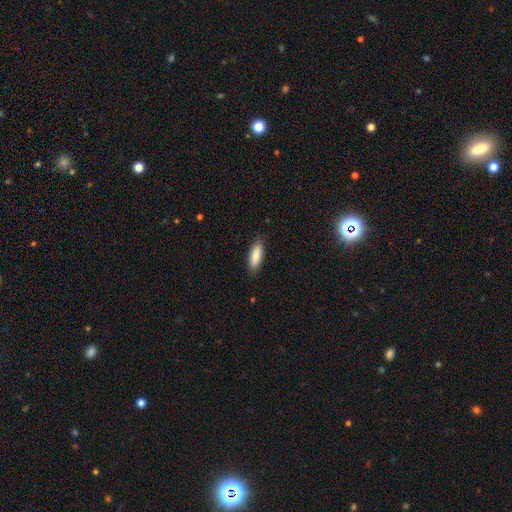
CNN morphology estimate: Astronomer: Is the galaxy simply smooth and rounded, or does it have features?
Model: smooth — 85%.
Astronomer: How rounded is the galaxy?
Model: in between — 61% (runner-up: cigar-shaped, 38%).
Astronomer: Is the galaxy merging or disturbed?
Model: none — 86%.